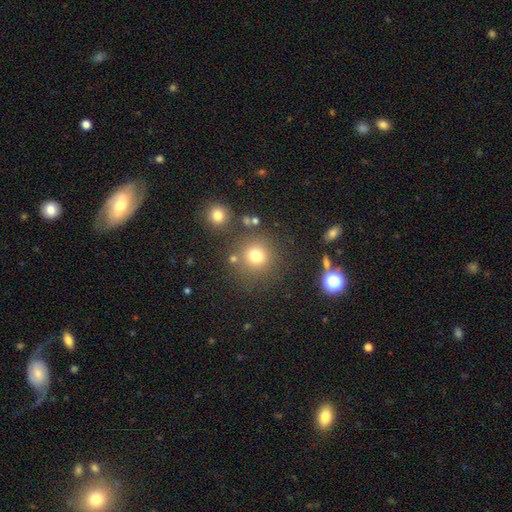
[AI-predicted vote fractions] smooth_or_featured: smooth (p=0.76) [alt: star or artifact p=0.16]
how_rounded: round (p=0.92) [alt: in between p=0.07]
merging: none (p=0.79) [alt: minor disturbance p=0.09]